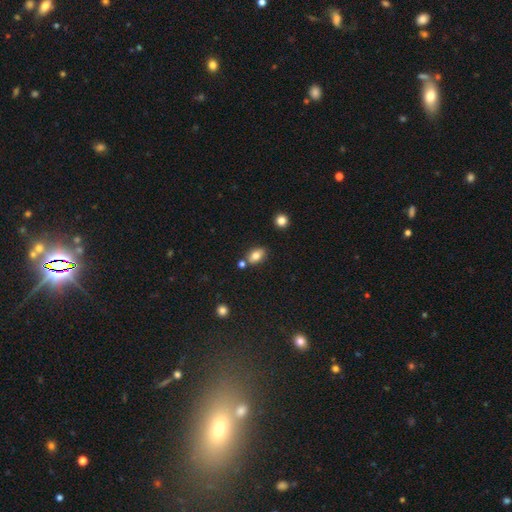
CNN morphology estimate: Q: Smooth or featured?
A: smooth (79%); runner-up: featured or disk (11%)
Q: How rounded?
A: in between (84%); runner-up: round (14%)
Q: Merging?
A: none (72%); runner-up: minor disturbance (13%)